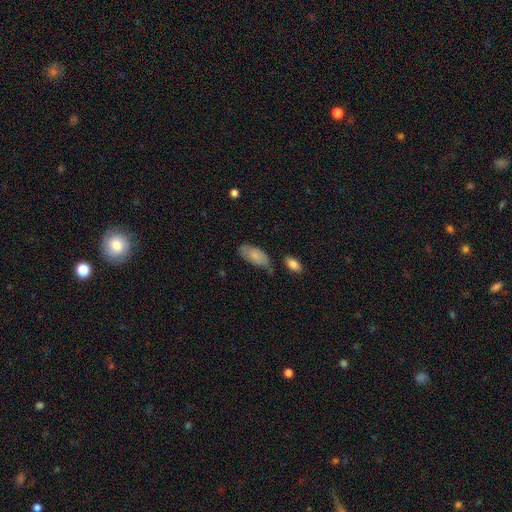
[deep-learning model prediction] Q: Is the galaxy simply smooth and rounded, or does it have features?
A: smooth — 76%.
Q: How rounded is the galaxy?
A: in between — 91%.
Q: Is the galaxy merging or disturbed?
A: none — 53%.